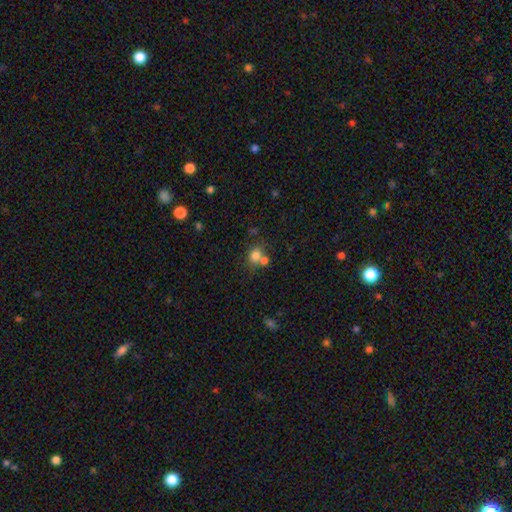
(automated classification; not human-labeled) Smooth or featured? smooth (76%)
How rounded? round (69%)
Merging? none (47%)